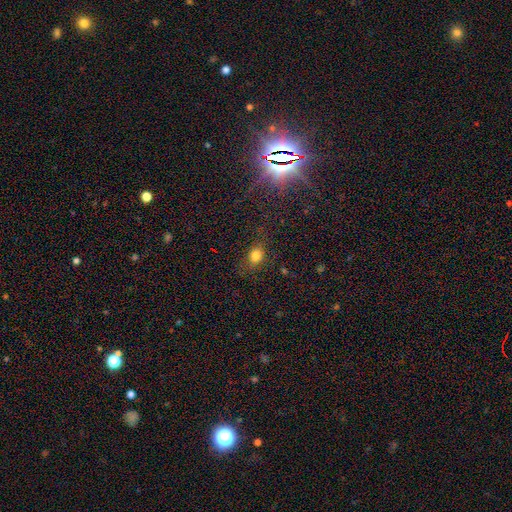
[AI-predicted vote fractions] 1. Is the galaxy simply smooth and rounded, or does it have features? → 78% smooth, 15% star or artifact, 7% featured or disk.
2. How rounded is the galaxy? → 52% in between, 45% round, 2% cigar-shaped.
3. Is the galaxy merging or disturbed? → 77% none, 15% minor disturbance, 6% major disturbance, 2% merger.